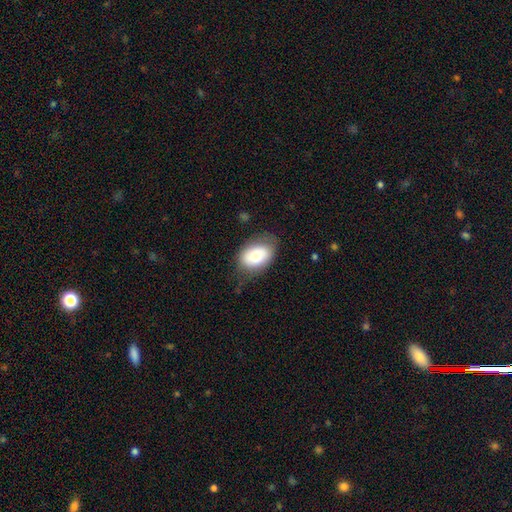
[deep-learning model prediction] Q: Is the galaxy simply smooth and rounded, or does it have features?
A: smooth — 71%.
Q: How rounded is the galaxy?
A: in between — 84%.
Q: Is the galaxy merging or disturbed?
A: none — 71%.